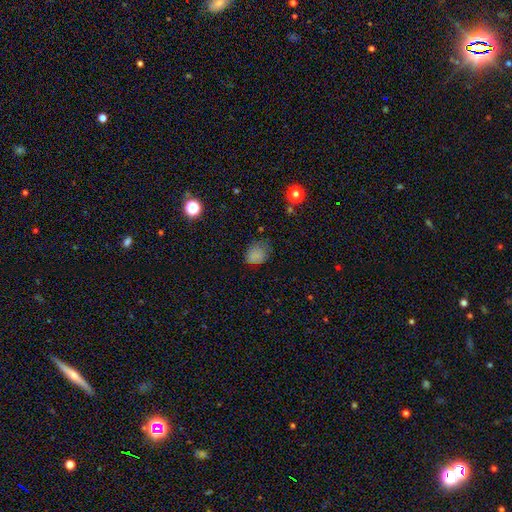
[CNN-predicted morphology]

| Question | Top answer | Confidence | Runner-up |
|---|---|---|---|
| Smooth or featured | smooth | 76% | star or artifact (17%) |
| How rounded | in between | 51% | round (48%) |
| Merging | none | 60% | minor disturbance (29%) |